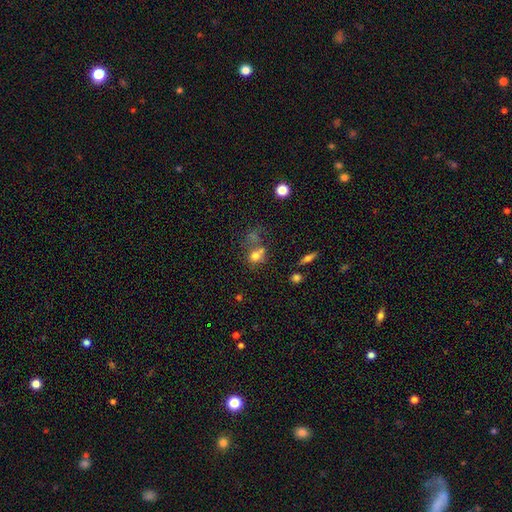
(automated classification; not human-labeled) Smooth or featured? smooth (68%)
How rounded? round (76%)
Merging? merger (42%)